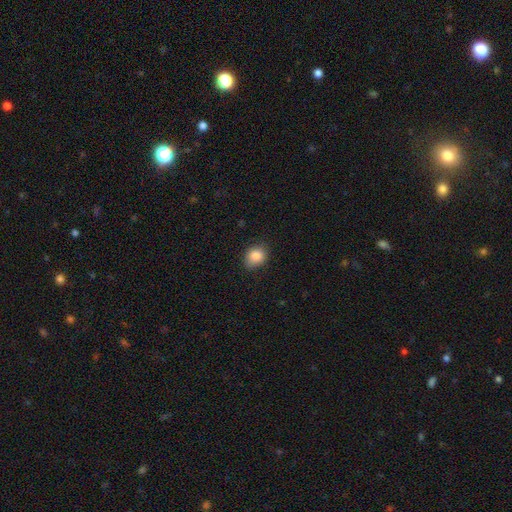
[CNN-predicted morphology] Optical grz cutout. It shows a smooth galaxy with no disk features (86%) that is round (51%). Merging: none (79%).